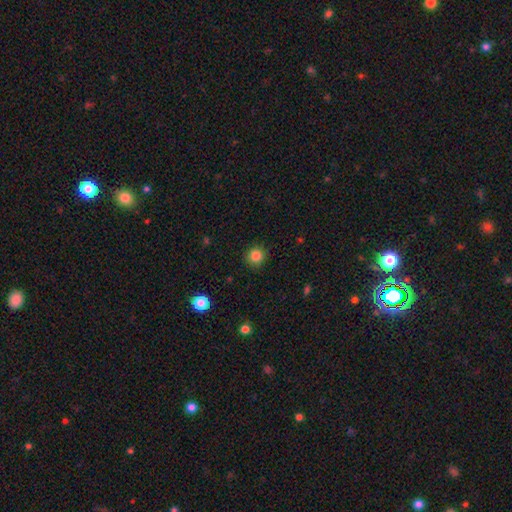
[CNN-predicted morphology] Q: Smooth or featured?
A: smooth (85%); runner-up: star or artifact (11%)
Q: How rounded?
A: round (93%); runner-up: in between (6%)
Q: Merging?
A: none (90%); runner-up: minor disturbance (6%)